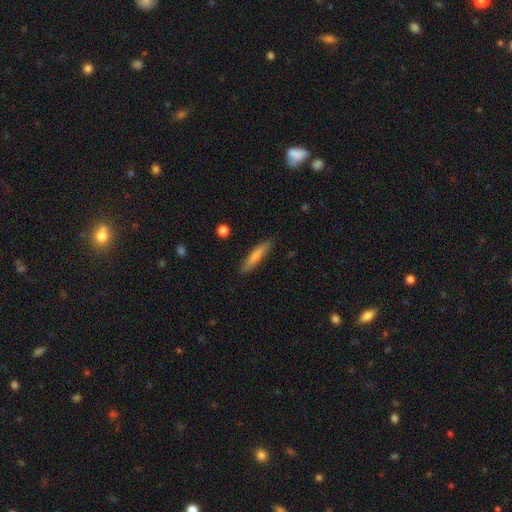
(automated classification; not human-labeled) smooth_or_featured: smooth (p=0.77) [alt: featured or disk p=0.18]
how_rounded: cigar-shaped (p=0.87) [alt: in between p=0.12]
merging: none (p=0.86) [alt: minor disturbance p=0.10]